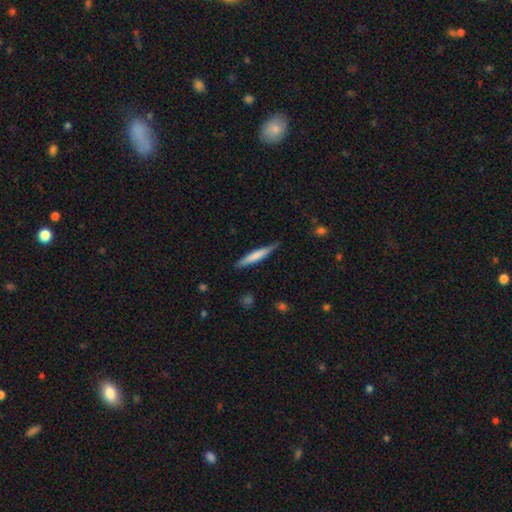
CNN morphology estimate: This appears to be a smooth galaxy with no disk features (64%) that is cigar-shaped (93%). Merging: none (79%).